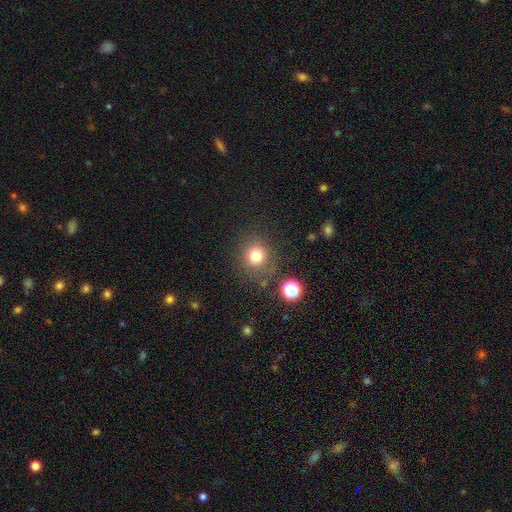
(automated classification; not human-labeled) smooth_or_featured: smooth (p=0.78) [alt: star or artifact p=0.15]
how_rounded: round (p=0.90) [alt: in between p=0.09]
merging: none (p=0.82) [alt: minor disturbance p=0.10]